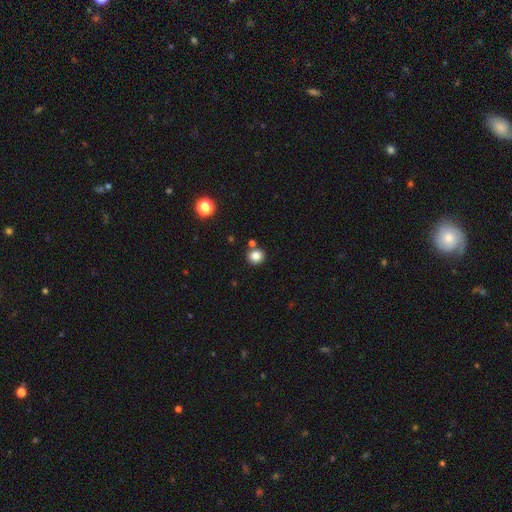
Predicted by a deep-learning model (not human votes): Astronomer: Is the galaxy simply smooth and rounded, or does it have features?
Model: smooth — 83%.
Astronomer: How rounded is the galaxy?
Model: round — 88%.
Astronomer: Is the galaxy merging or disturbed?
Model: none — 81%.